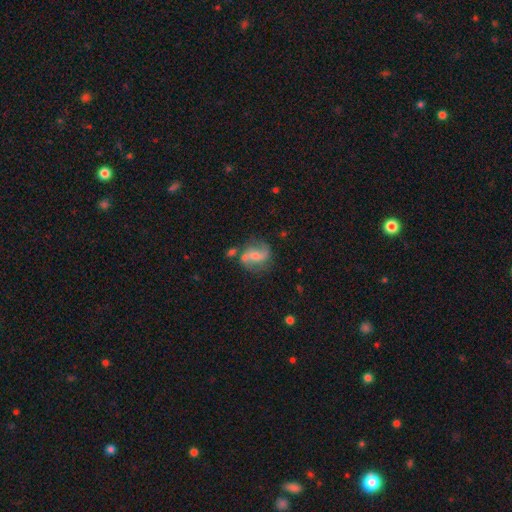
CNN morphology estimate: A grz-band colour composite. It shows a featured or disk galaxy (63%) with a weak bar (42%), 2 (87%) loose (54%) spiral arms (86%) and a small central bulge (44%). Merging: none (56%).